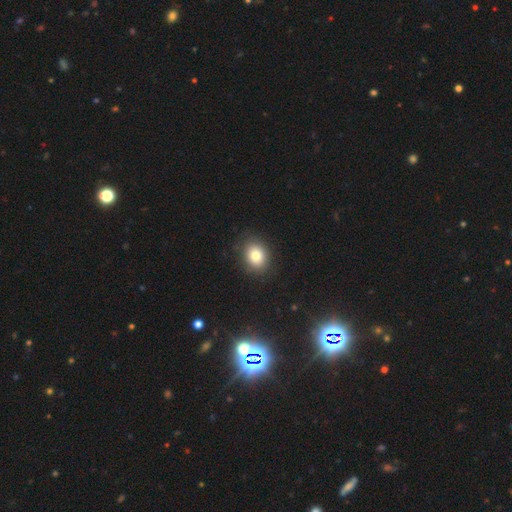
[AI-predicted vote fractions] The model was most divided on "how rounded": round: 53%, in between: 46%, cigar-shaped: 1%. More confident: merging — none (87%); smooth or featured — smooth (81%).